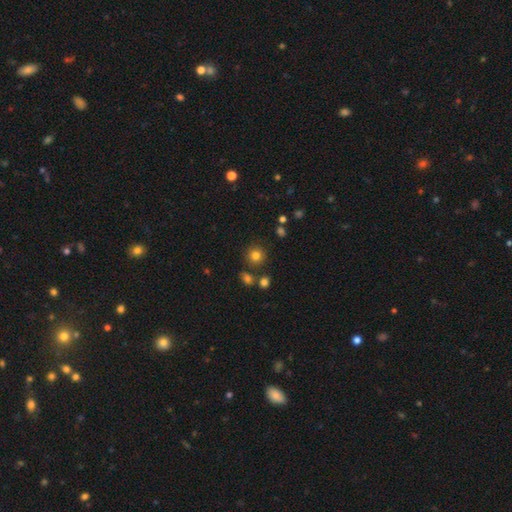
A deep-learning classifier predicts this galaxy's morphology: Smooth or featured? smooth (79%)
How rounded? round (91%)
Merging? none (83%)